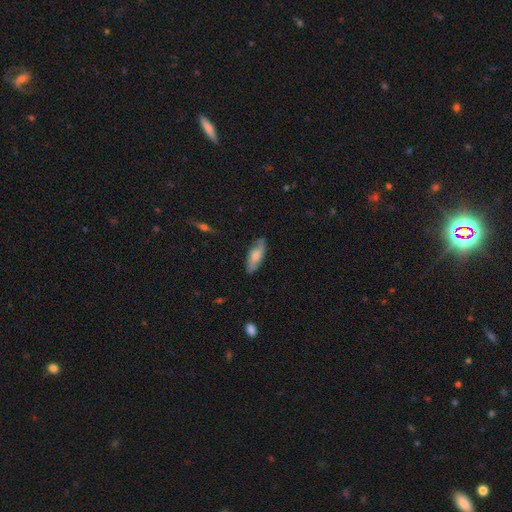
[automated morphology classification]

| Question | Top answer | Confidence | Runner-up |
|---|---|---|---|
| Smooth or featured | smooth | 56% | featured or disk (38%) |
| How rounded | in between | 72% | cigar-shaped (26%) |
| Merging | none | 75% | minor disturbance (19%) |